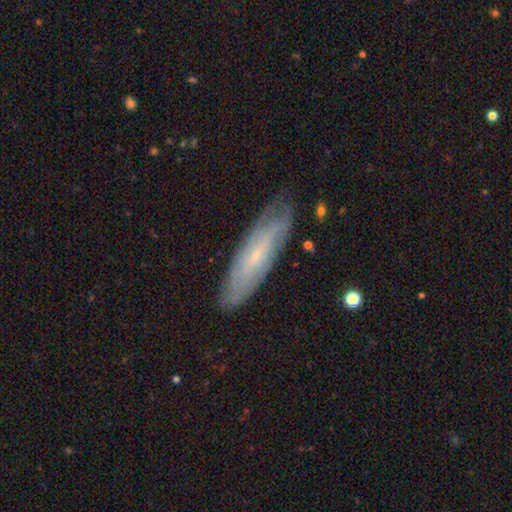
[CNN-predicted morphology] smooth_or_featured: featured or disk (p=0.64) [alt: smooth p=0.29]
disk_edge_on: no (p=0.66) [alt: yes p=0.34]
merging: none (p=0.77) [alt: minor disturbance p=0.18]